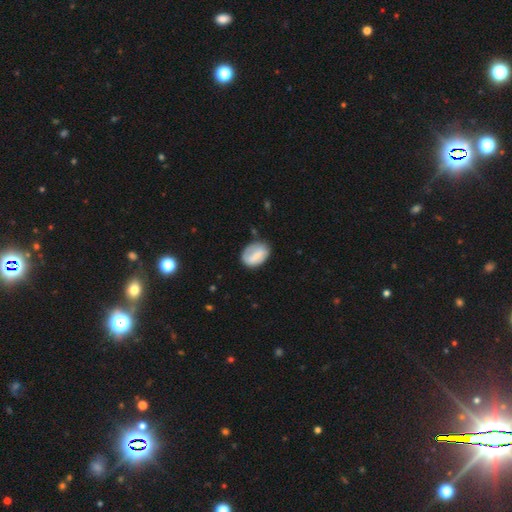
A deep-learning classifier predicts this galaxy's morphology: Smooth or featured? Predicted: smooth (p=0.67). How rounded? Predicted: in between (p=0.79). Merging? Predicted: none (p=0.64).